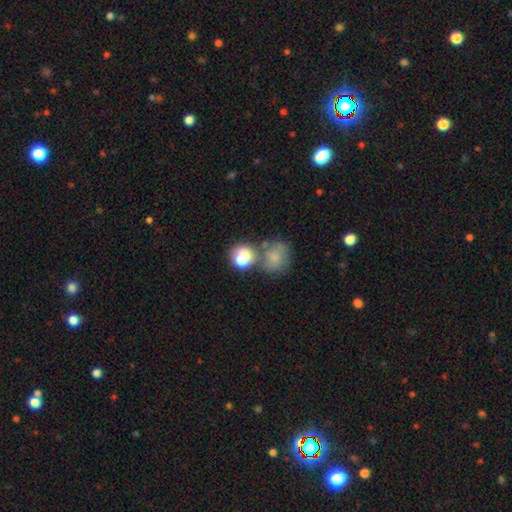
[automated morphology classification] type=smooth (46%); merging=none (49%).